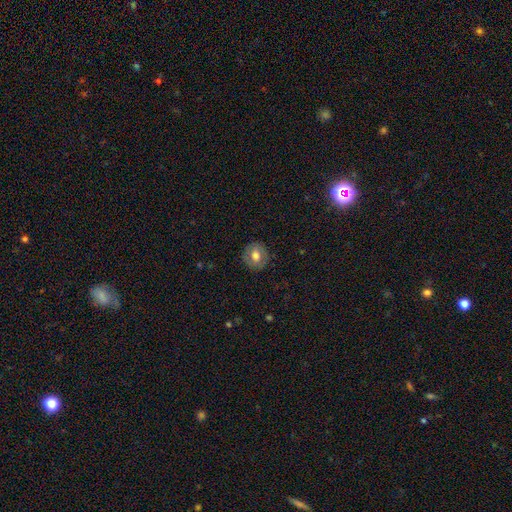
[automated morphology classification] Overall: smooth (63%; featured or disk 29%). How rounded: round (78%). Merging: none (85%).